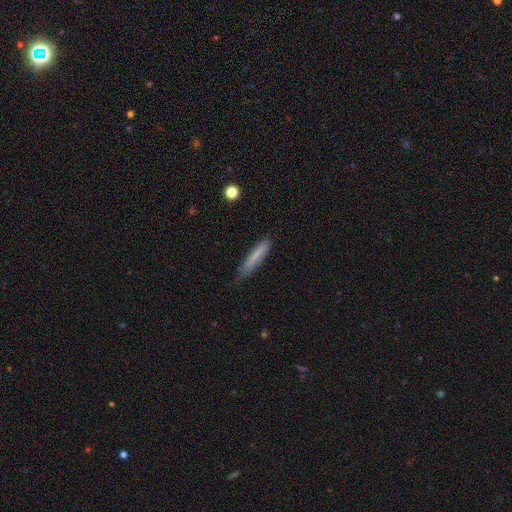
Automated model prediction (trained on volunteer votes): Morphology: type=smooth (75%); roundness=cigar-shaped (91%); merging=none (74%).